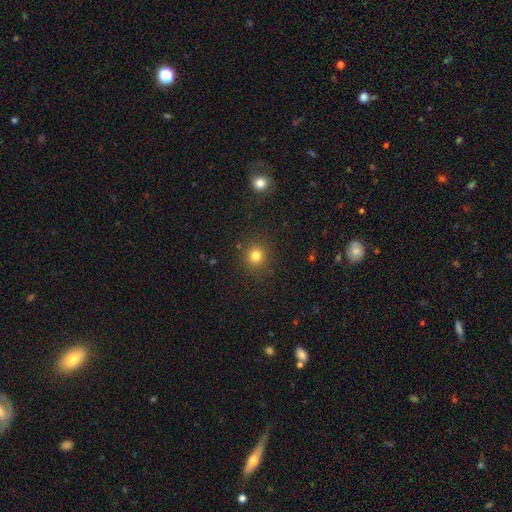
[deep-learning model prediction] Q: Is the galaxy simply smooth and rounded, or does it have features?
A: smooth — 81%.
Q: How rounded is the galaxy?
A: round — 91%.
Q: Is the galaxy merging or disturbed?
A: none — 88%.